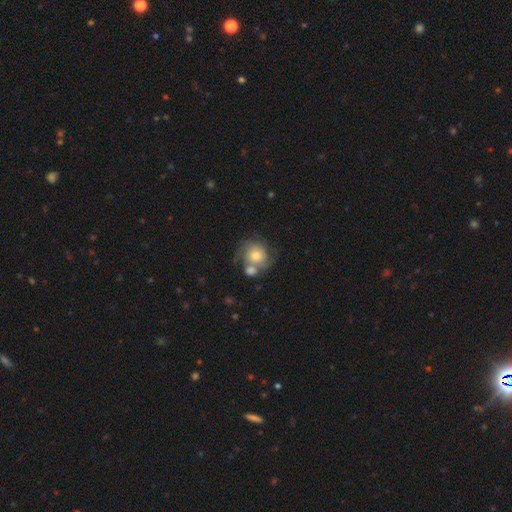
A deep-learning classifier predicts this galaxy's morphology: The model was most divided on "smooth or featured": featured or disk: 46%, smooth: 45%, star or artifact: 8%. Remaining: merging — none (44%).